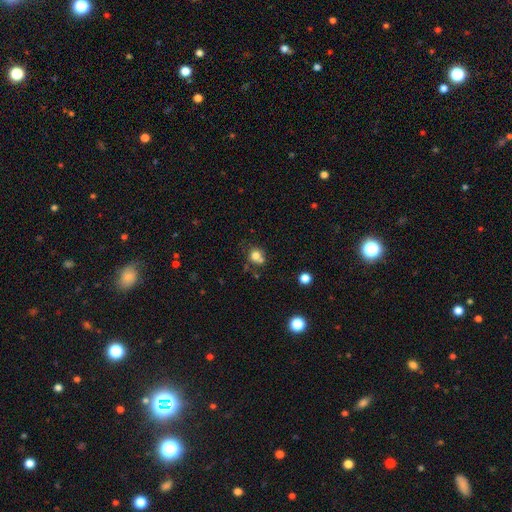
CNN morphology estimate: Smooth or featured?
  - smooth: 75% *
  - star or artifact: 13%
  - featured or disk: 12%
How rounded?
  - round: 80% *
  - in between: 19%
  - cigar-shaped: 1%
Merging?
  - none: 49% *
  - merger: 31%
  - minor disturbance: 14%
  - major disturbance: 6%